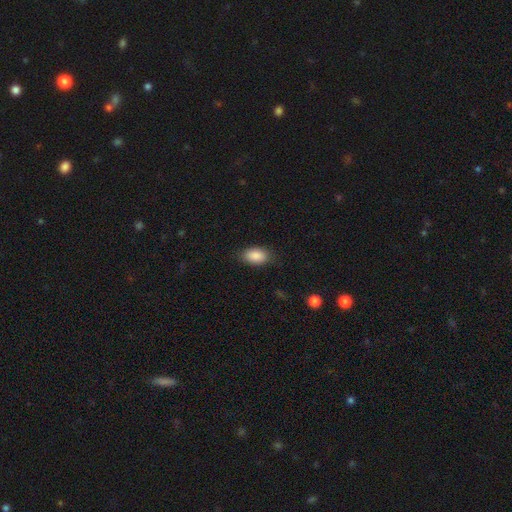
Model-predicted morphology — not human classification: Overall: smooth (88%). How rounded: in between (90%). Merging: none (83%).